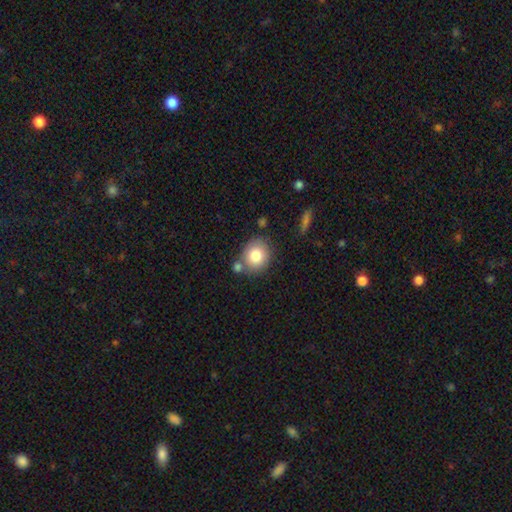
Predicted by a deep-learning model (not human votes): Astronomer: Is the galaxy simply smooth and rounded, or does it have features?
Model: smooth — 82%.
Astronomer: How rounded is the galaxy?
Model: round — 68%.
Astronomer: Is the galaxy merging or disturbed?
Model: none — 68%.